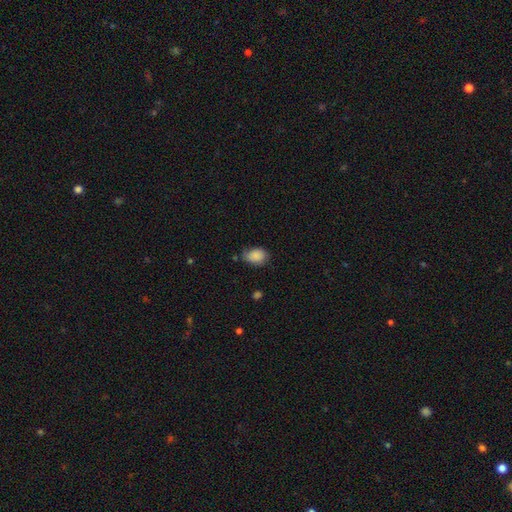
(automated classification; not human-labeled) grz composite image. It shows a smooth galaxy with no disk features (87%) that is in between round and cigar-shaped (76%). Merging: none (62%).